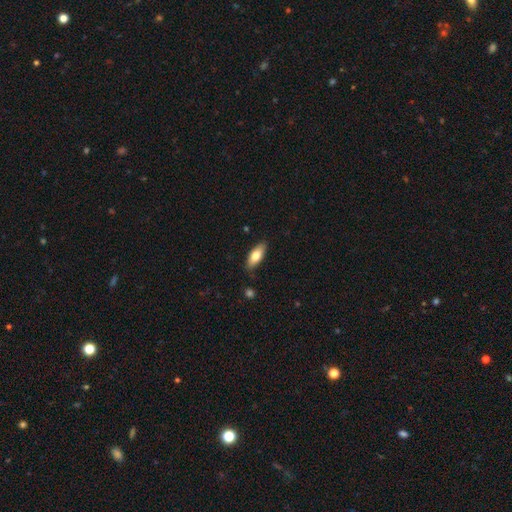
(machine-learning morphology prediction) This is likely a smooth galaxy (76%). How rounded: likely in between (79%). Merging: clearly none (83%).